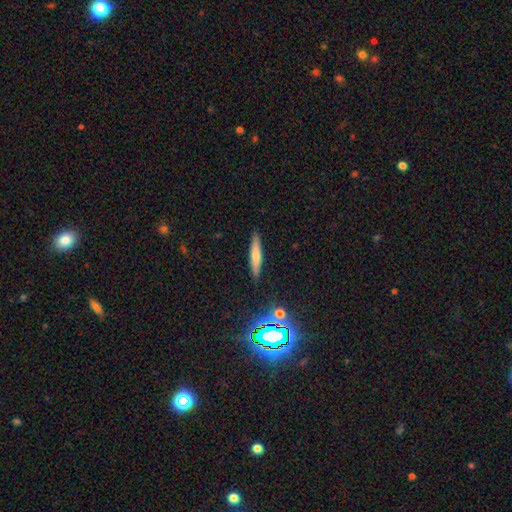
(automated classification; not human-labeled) Smooth or featured? Predicted: smooth (p=0.63). How rounded? Predicted: cigar-shaped (p=0.90). Merging? Predicted: none (p=0.89).